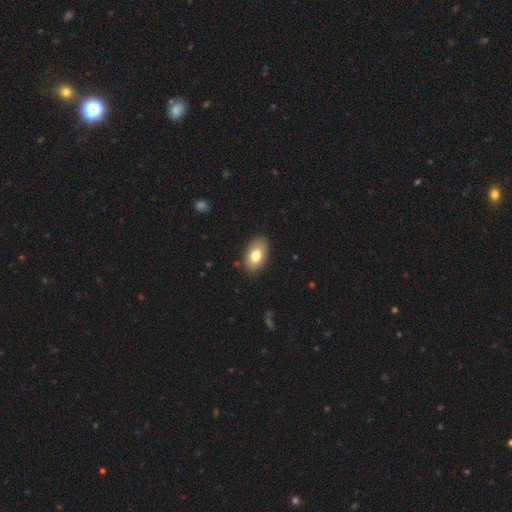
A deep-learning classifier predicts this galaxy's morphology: smooth 76%, featured or disk 17%, star or artifact 7%. Down the decision tree: how rounded — in between (92%); merging — none (85%).